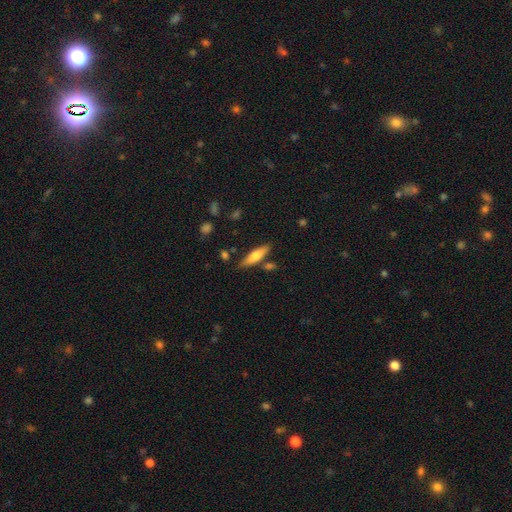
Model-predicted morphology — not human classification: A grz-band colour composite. It shows a smooth galaxy with no disk features (60%) that is cigar-shaped (66%). Merging: none (78%).